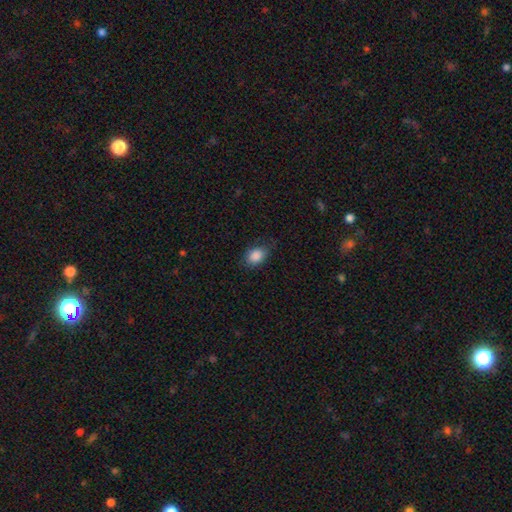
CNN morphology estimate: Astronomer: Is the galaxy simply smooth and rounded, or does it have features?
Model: smooth — 87%.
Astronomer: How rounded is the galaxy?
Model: in between — 78%.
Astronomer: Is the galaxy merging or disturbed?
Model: none — 74%.